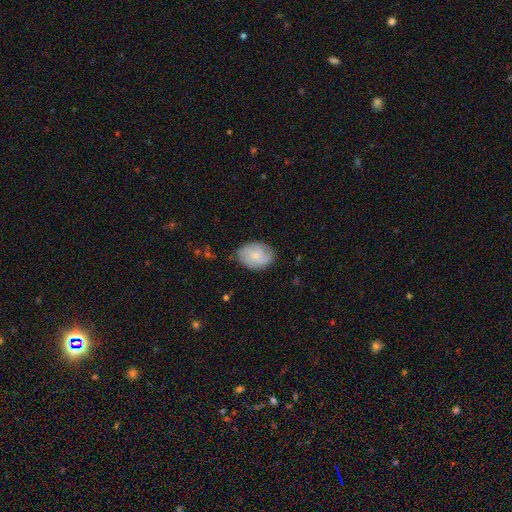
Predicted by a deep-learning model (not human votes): Morphology: type=smooth (64%); roundness=in between (68%); merging=none (77%).